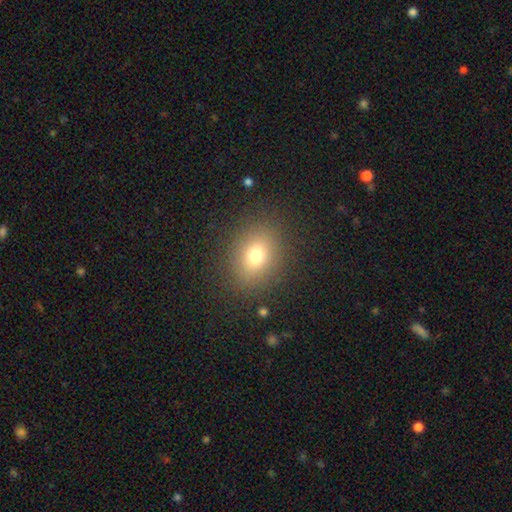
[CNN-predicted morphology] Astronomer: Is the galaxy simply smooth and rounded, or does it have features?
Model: smooth — 73%.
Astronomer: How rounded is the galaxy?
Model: in between — 54% (runner-up: round, 44%).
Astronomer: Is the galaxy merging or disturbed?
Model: none — 87%.